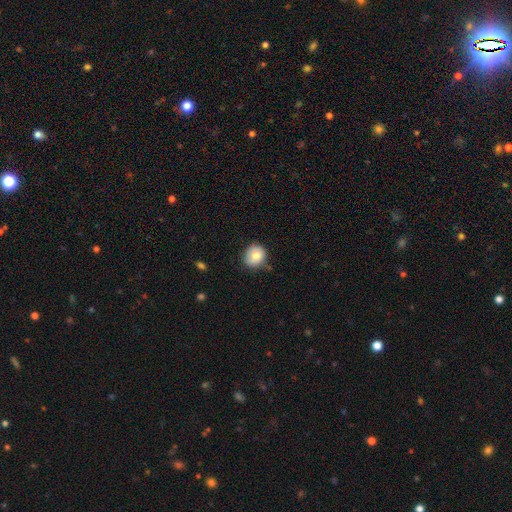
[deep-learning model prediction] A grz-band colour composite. It shows a smooth galaxy with no disk features (77%) that is round (80%). Merging: none (70%).